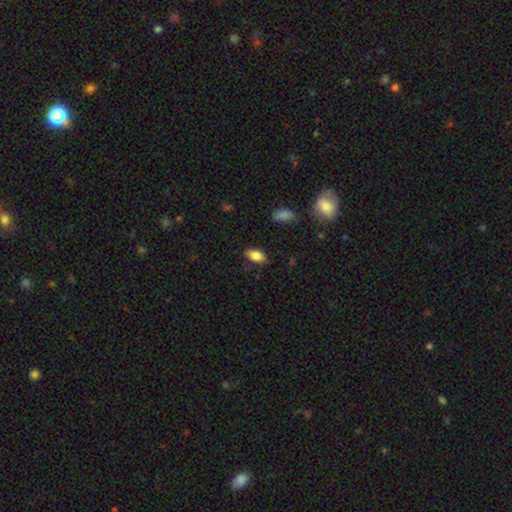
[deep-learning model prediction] smooth_or_featured: smooth (p=0.82) [alt: featured or disk p=0.10]
how_rounded: in between (p=0.90) [alt: cigar-shaped p=0.06]
merging: none (p=0.84) [alt: minor disturbance p=0.12]